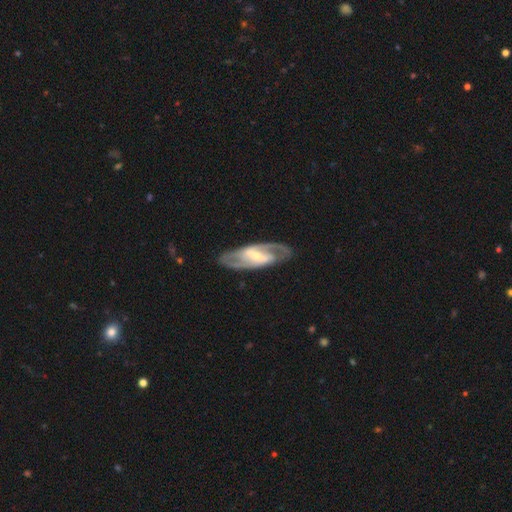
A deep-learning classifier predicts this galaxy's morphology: smooth-or-featured: featured or disk: 85% | smooth: 11% | star or artifact: 4%
  disk-edge-on: no: 91% | yes: 9%
    bar: strong: 54% | weak: 33% | no: 13%
    has-spiral-arms: yes: 91% | no: 9%
      spiral-winding: medium: 51% | tight: 32% | loose: 17%
      spiral-arm-count: 2: 86% | can't tell: 7% | 3: 3% | 1: 2% | 4: 1% | more than 4: 1%
    bulge-size: small: 53% | moderate: 40% | large: 3% | none: 2% | dominant: 1%
  merging: none: 83% | minor disturbance: 11% | major disturbance: 4% | merger: 1%